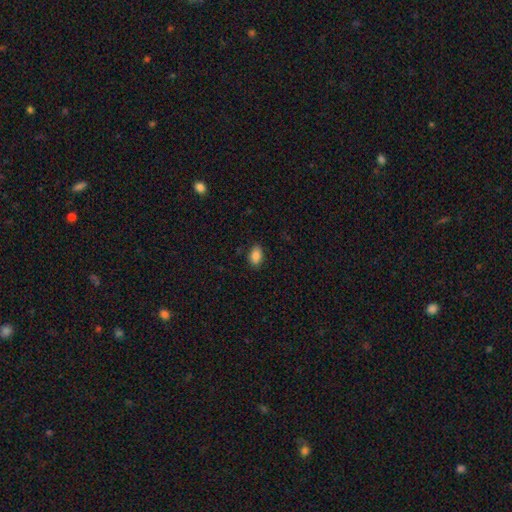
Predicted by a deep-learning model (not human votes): Smooth or featured? smooth (88%)
How rounded? in between (89%)
Merging? none (86%)